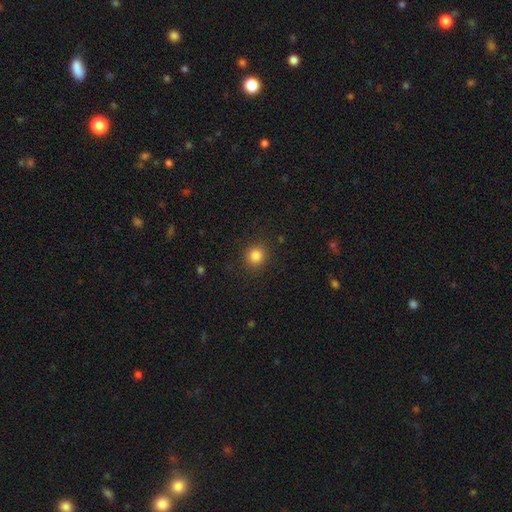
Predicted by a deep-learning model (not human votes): A smooth galaxy with no disk features (84%) that is round (88%).

Vote fractions:
- Smooth or featured? smooth: 84% / star or artifact: 12% / featured or disk: 4%
- How rounded? round: 88% / in between: 11% / cigar-shaped: 1%
- Merging? none: 90% / minor disturbance: 7% / major disturbance: 3% / merger: 1%